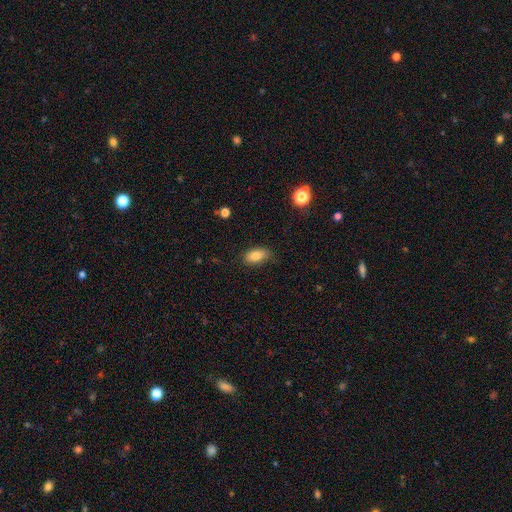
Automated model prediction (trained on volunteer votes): The model was most divided on "merging": none: 78%, minor disturbance: 17%, major disturbance: 4%, merger: 1%. More confident: how rounded — in between (90%); smooth or featured — smooth (84%).